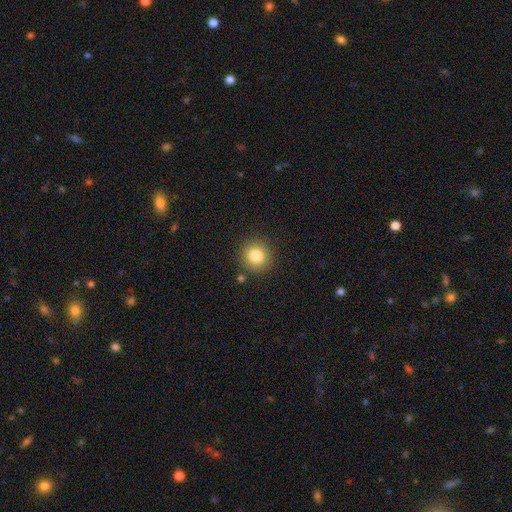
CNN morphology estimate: A smooth galaxy with no disk features (82%) that is round (93%). Merging: none (86%).